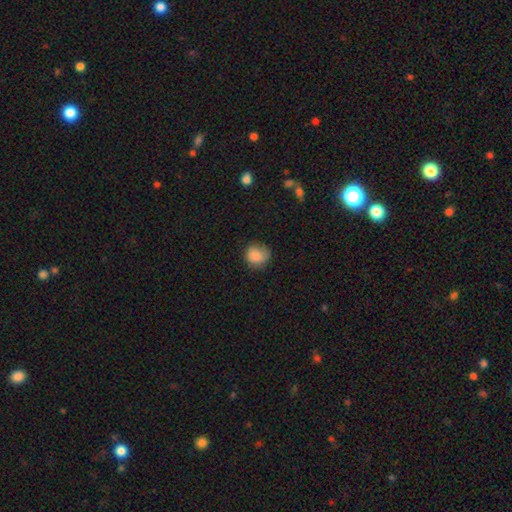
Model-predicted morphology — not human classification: type=smooth (84%); roundness=round (83%); merging=none (69%).